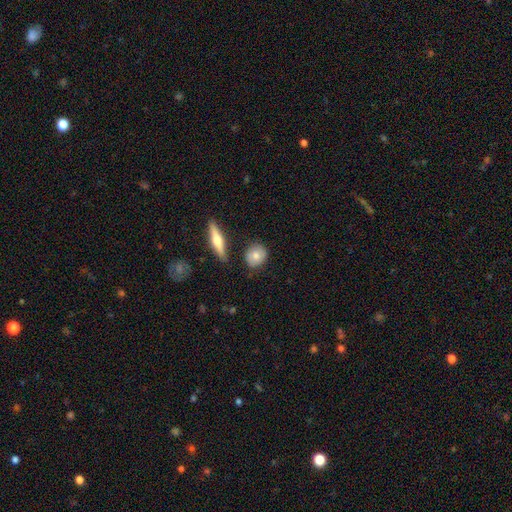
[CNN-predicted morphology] The model was most divided on "how rounded": round: 70%, in between: 26%, cigar-shaped: 4%. More confident: merging — none (81%); smooth or featured — smooth (70%).